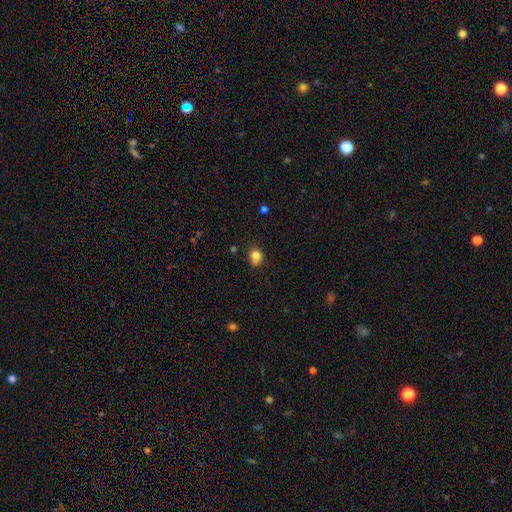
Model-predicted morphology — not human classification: A smooth galaxy with no disk features (80%) that is round (68%). Merging: none (61%).